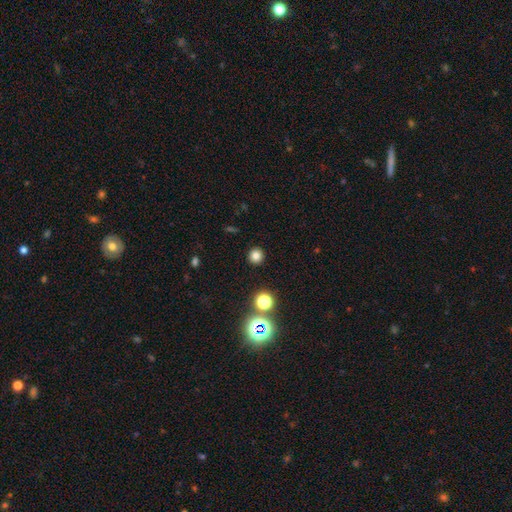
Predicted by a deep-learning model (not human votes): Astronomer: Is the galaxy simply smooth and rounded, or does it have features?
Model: smooth — 77%.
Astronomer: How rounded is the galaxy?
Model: round — 93%.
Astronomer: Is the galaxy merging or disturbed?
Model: none — 92%.